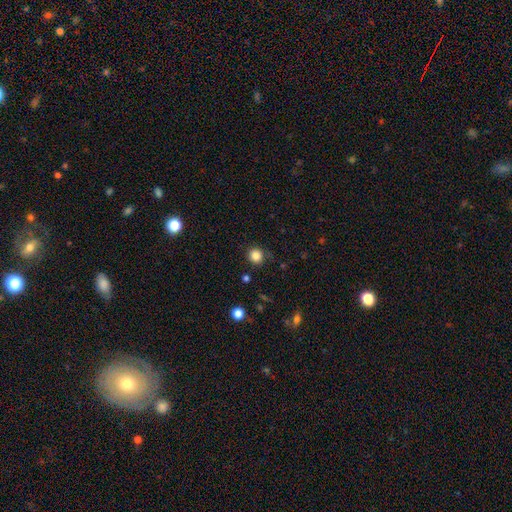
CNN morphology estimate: Q: Smooth or featured?
A: smooth (84%); runner-up: star or artifact (12%)
Q: How rounded?
A: round (90%); runner-up: in between (9%)
Q: Merging?
A: none (86%); runner-up: minor disturbance (10%)